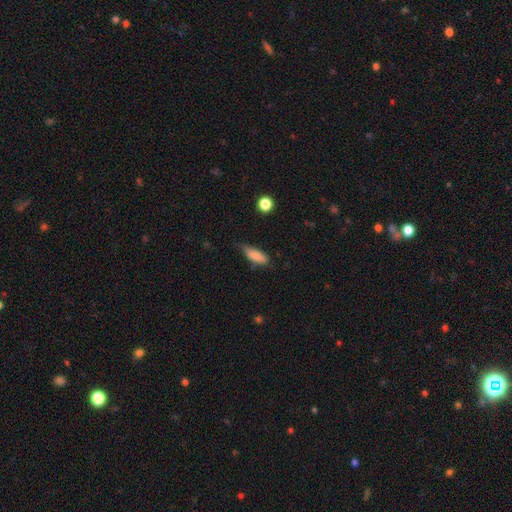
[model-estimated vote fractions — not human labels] Smooth or featured? smooth (84%)
How rounded? in between (65%)
Merging? none (57%)